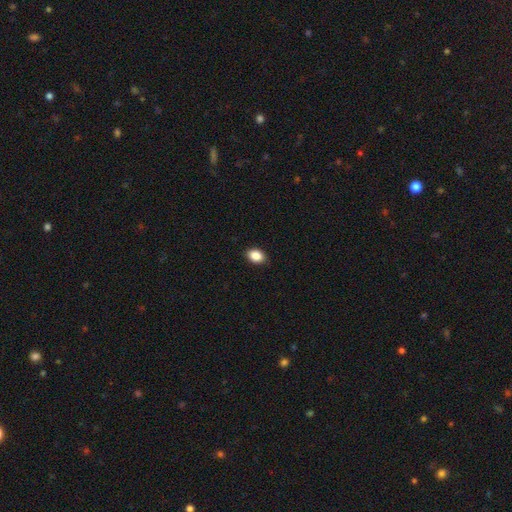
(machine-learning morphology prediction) smooth_or_featured: smooth (p=0.88) [alt: star or artifact p=0.08]
how_rounded: in between (p=0.78) [alt: round p=0.21]
merging: none (p=0.89) [alt: minor disturbance p=0.08]